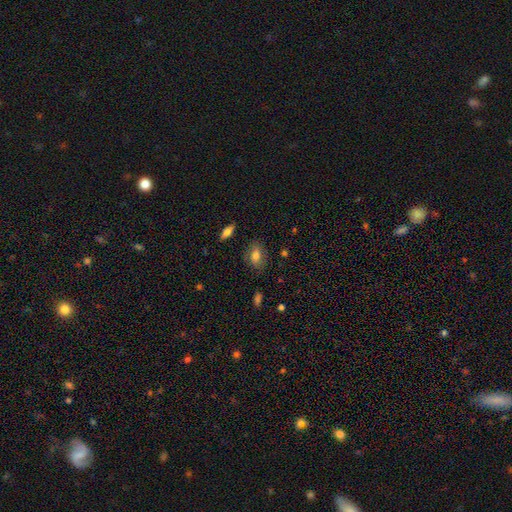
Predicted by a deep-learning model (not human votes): Smooth or featured: smooth — 72% (featured or disk — 19%)
How rounded: in between — 81% (round — 14%)
Merging: none — 78% (minor disturbance — 16%)